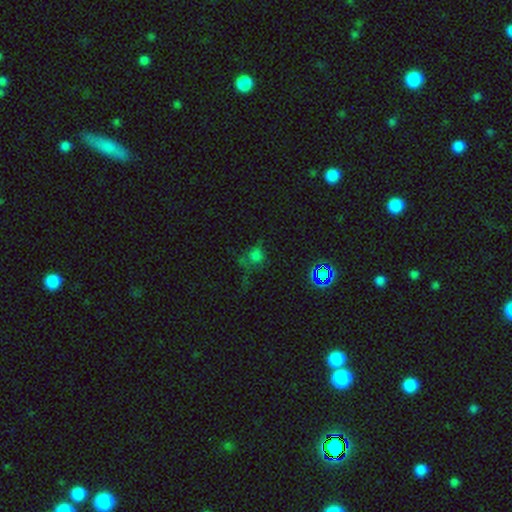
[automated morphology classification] smooth 57%, star or artifact 33%, featured or disk 10%. Down the decision tree: how rounded — round (80%); merging — none (52%).